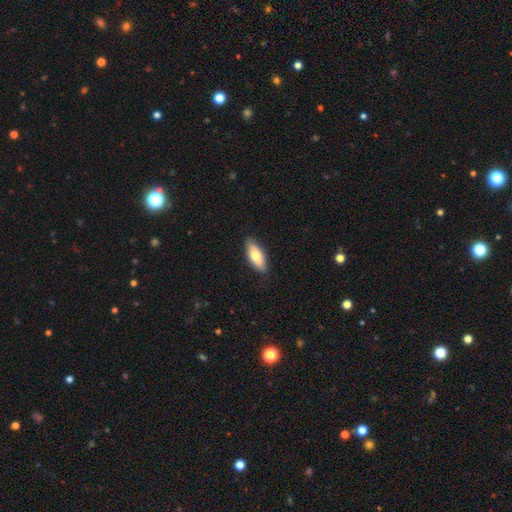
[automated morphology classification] Q: Smooth or featured?
A: smooth (70%); runner-up: featured or disk (24%)
Q: How rounded?
A: in between (74%); runner-up: cigar-shaped (24%)
Q: Merging?
A: none (86%); runner-up: minor disturbance (11%)